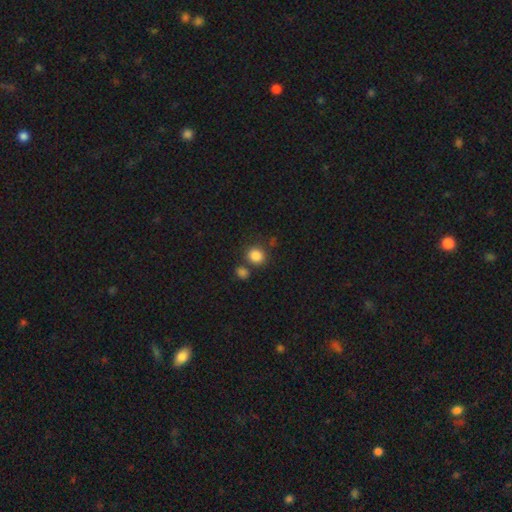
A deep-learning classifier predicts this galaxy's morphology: Overall: smooth (85%). How rounded: round (81%). Merging: none (69%).